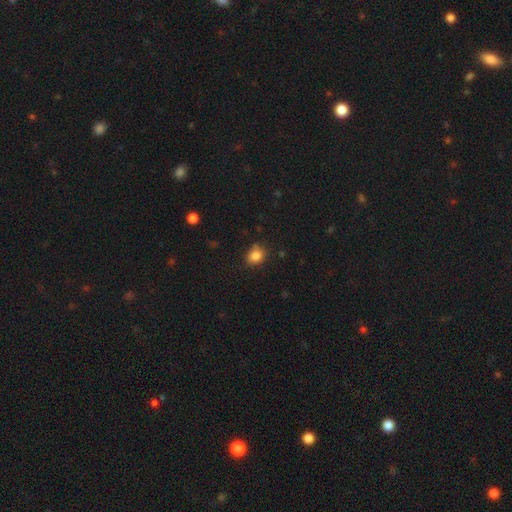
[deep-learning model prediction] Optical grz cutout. It shows a smooth galaxy with no disk features (84%) that is round (60%). Merging: none (75%).